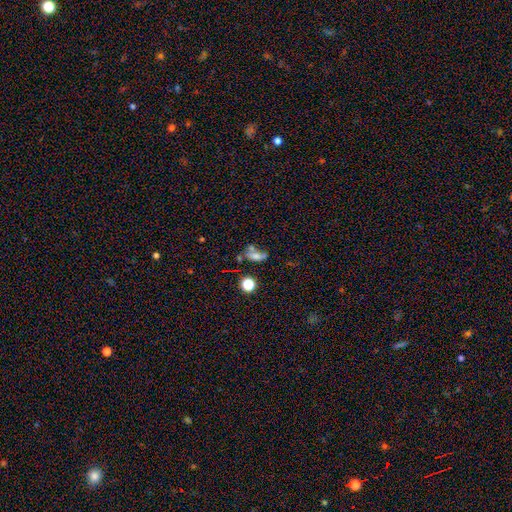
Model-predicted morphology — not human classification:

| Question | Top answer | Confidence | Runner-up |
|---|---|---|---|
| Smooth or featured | smooth | 57% | featured or disk (23%) |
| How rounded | in between | 71% | round (17%) |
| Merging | none | 33% | tied: merger (33%) |